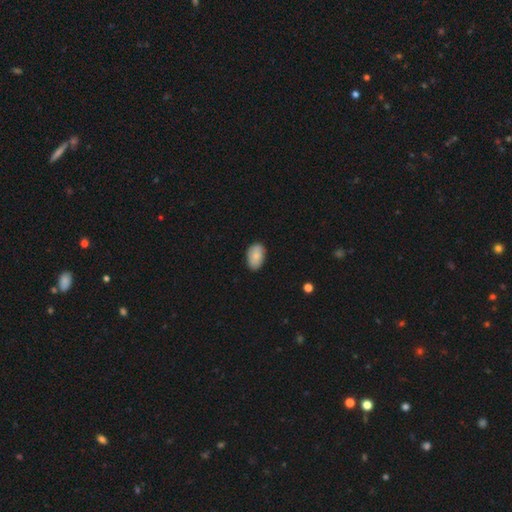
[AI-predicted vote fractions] A smooth galaxy with no disk features (84%) that is in between round and cigar-shaped (92%).

Vote fractions:
- Smooth or featured? smooth: 84% / featured or disk: 10% / star or artifact: 6%
- How rounded? in between: 92% / round: 7% / cigar-shaped: 1%
- Merging? none: 86% / minor disturbance: 11% / major disturbance: 2% / merger: 1%